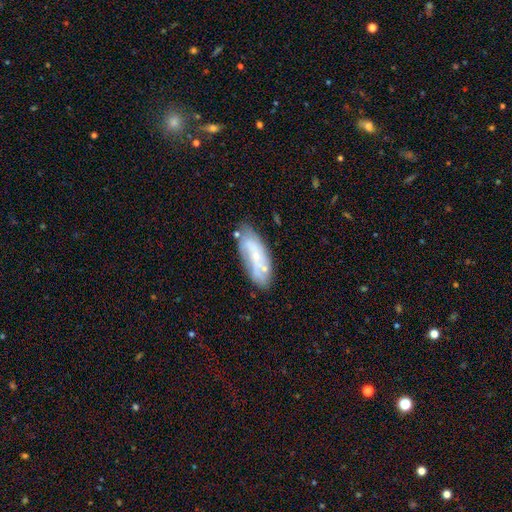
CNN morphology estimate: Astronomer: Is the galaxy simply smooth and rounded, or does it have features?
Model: featured or disk — 54% (runner-up: smooth, 38%).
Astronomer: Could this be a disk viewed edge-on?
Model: no — 88%.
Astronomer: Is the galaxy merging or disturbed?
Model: none — 61%.